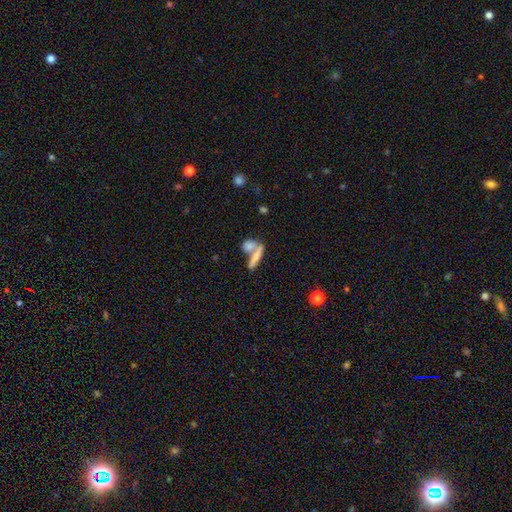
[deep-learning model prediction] The model was most divided on "merging": merger: 50%, none: 37%, minor disturbance: 8%, major disturbance: 5%. More confident: smooth or featured — smooth (69%); how rounded — cigar-shaped (58%).